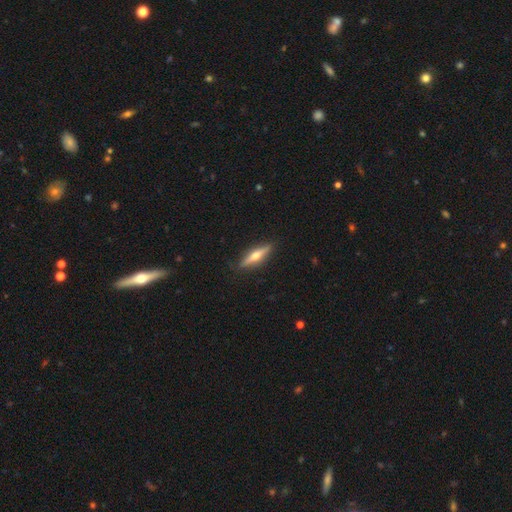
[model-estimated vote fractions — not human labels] smooth-or-featured: featured or disk: 67% | smooth: 28% | star or artifact: 5%
  disk-edge-on: yes: 96% | no: 4%
    edge-on-bulge: rounded: 94% | none: 3% | boxy: 3%
  merging: none: 89% | minor disturbance: 8% | major disturbance: 2% | merger: 1%